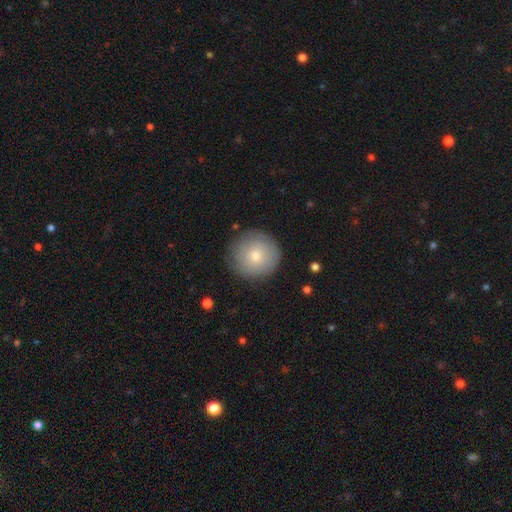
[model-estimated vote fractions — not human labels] Morphology: type=smooth (71%); roundness=round (95%); merging=none (86%).